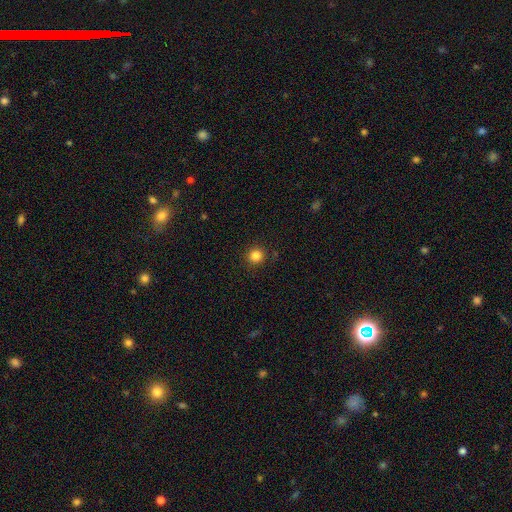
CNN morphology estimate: Smooth or featured?
  - smooth: 84% *
  - star or artifact: 12%
  - featured or disk: 4%
How rounded?
  - round: 93% *
  - in between: 6%
  - cigar-shaped: 1%
Merging?
  - none: 91% *
  - minor disturbance: 6%
  - major disturbance: 2%
  - merger: 1%